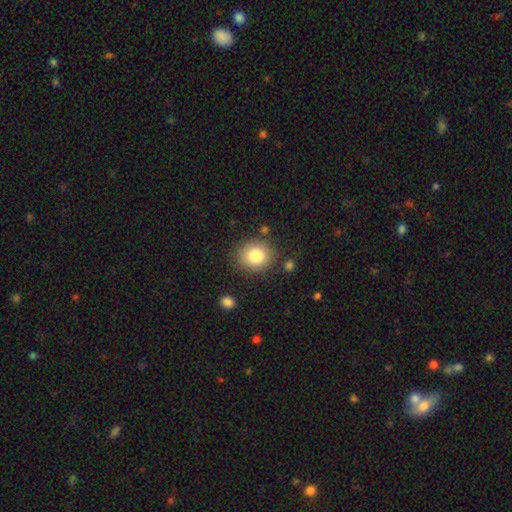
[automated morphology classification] A smooth galaxy with no disk features (82%) that is round (75%). Merging: none (84%).